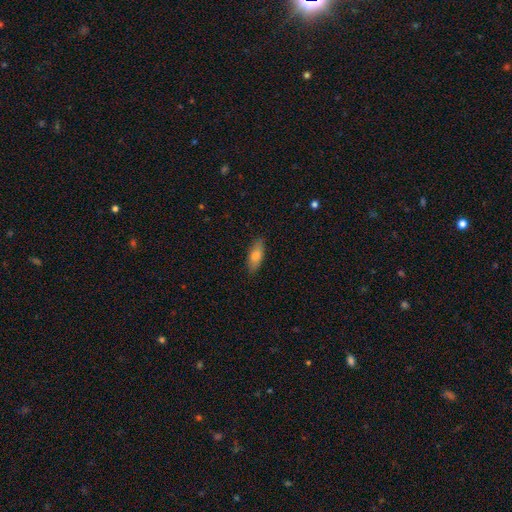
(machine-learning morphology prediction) Smooth or featured?
  - smooth: 74% *
  - featured or disk: 19%
  - star or artifact: 7%
How rounded?
  - in between: 72% *
  - cigar-shaped: 25%
  - round: 3%
Merging?
  - none: 87% *
  - minor disturbance: 10%
  - major disturbance: 2%
  - merger: 1%